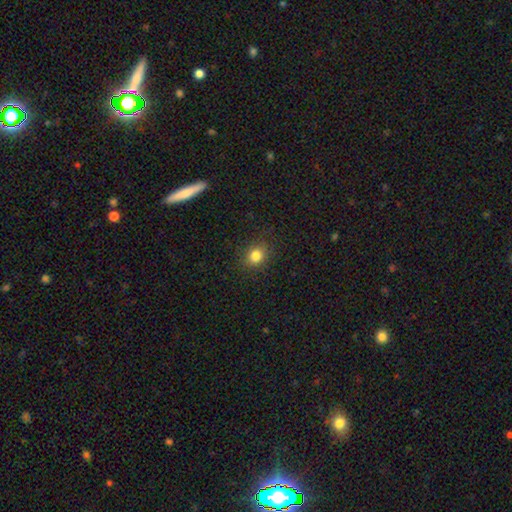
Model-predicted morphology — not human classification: A smooth galaxy with no disk features (82%) that is round (69%).

Vote fractions:
- Smooth or featured? smooth: 82% / star or artifact: 12% / featured or disk: 6%
- How rounded? round: 69% / in between: 30% / cigar-shaped: 1%
- Merging? none: 87% / minor disturbance: 9% / major disturbance: 3% / merger: 1%